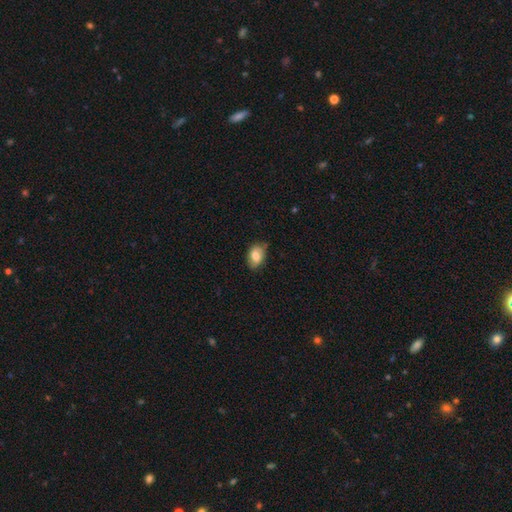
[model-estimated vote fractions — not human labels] Smooth or featured? Predicted: smooth (p=0.74). How rounded? Predicted: in between (p=0.87). Merging? Predicted: none (p=0.68).